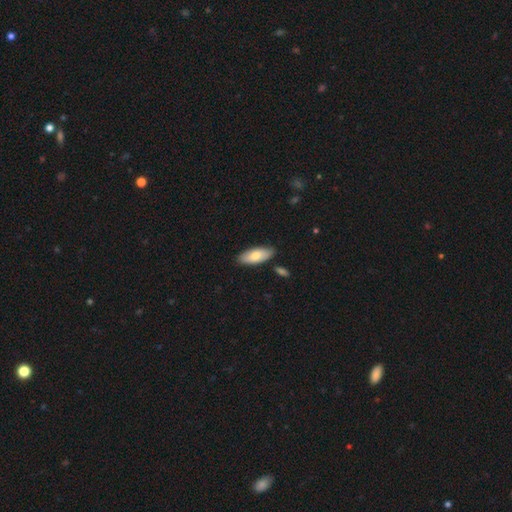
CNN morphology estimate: Overall: smooth (74%). How rounded: in between (80%). Merging: none (84%).